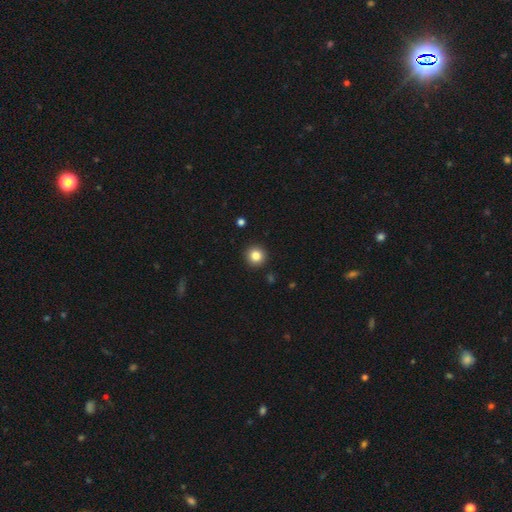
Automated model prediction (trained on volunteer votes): This is clearly a smooth galaxy (84%). How rounded: clearly round (95%). Merging: clearly none (92%).